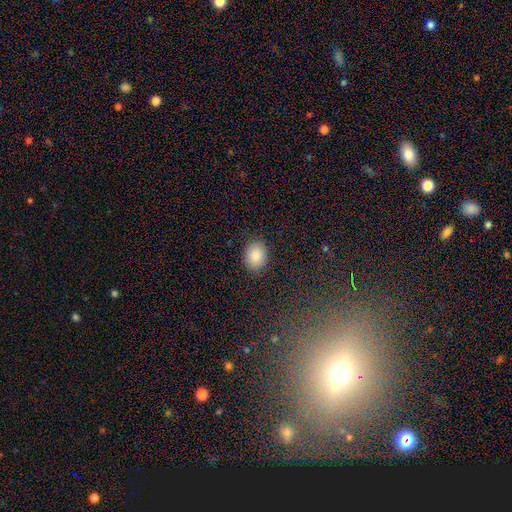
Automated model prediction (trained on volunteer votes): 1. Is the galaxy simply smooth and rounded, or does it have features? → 88% smooth, 8% star or artifact, 4% featured or disk.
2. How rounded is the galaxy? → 61% in between, 39% round, 1% cigar-shaped.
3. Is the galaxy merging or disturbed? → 87% none, 9% minor disturbance, 3% major disturbance, 1% merger.